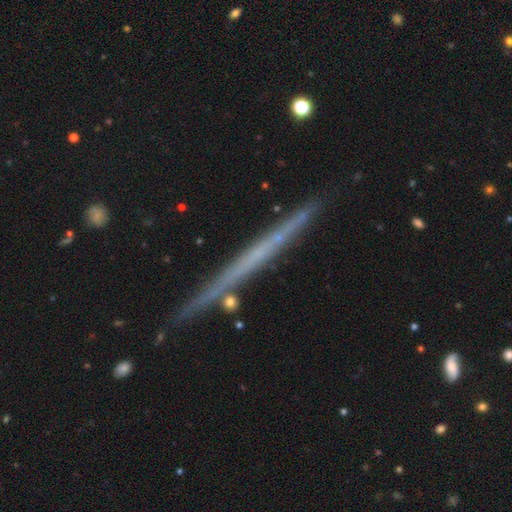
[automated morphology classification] Smooth or featured: featured or disk — 62% (smooth — 31%)
Edge-on disk: yes — 97% (no — 3%)
Edge-on bulge: none — 91% (rounded — 5%)
Merging: none — 87% (minor disturbance — 9%)